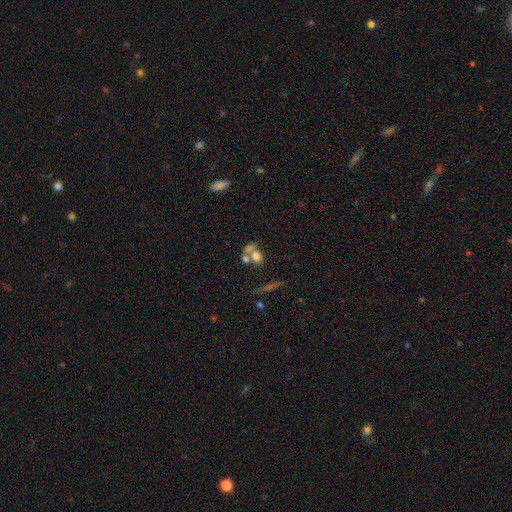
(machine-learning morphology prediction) smooth-or-featured: smooth: 61% | featured or disk: 26% | star or artifact: 13%
  how-rounded: in between: 49% | round: 48% | cigar-shaped: 3%
  merging: merger: 53% | none: 29% | minor disturbance: 9% | major disturbance: 9%